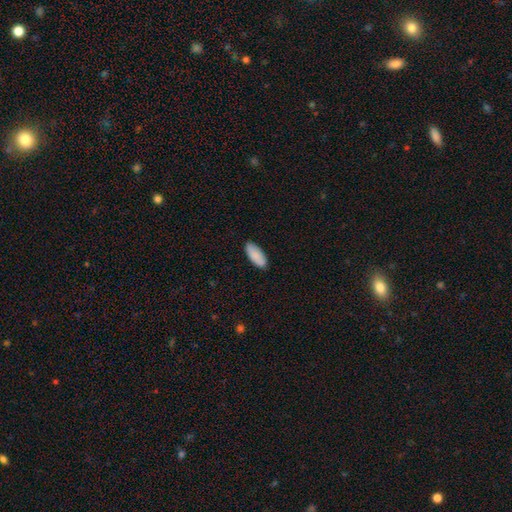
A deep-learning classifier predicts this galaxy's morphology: This is clearly a smooth galaxy (88%). How rounded: clearly in between (85%). Merging: clearly none (85%).